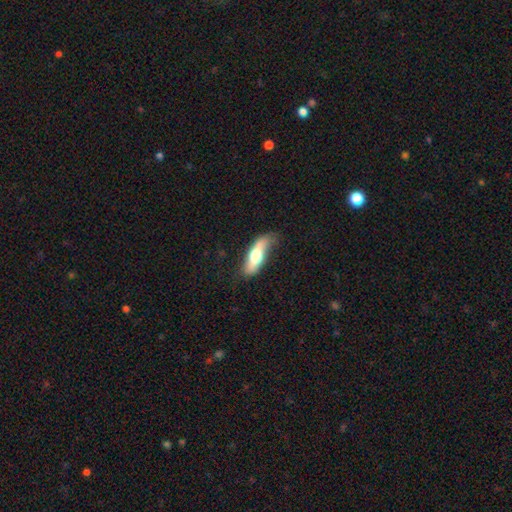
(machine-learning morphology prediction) Q: Smooth or featured?
A: smooth (51%); runner-up: featured or disk (44%)
Q: How rounded?
A: in between (55%); runner-up: cigar-shaped (42%)
Q: Merging?
A: none (58%); runner-up: minor disturbance (28%)